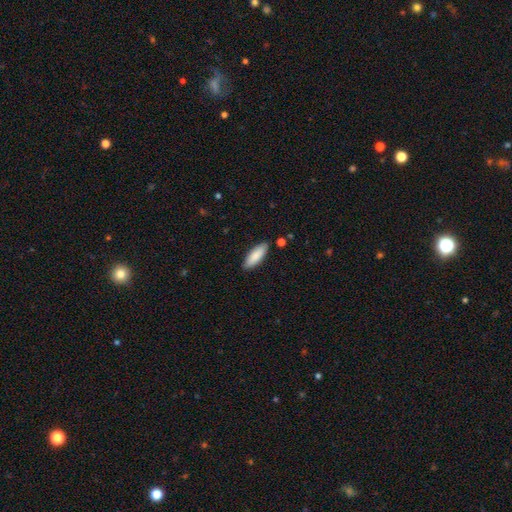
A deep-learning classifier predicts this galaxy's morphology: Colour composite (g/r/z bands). It shows a smooth galaxy with no disk features (86%) that is in between round and cigar-shaped (61%). Merging: none (87%).